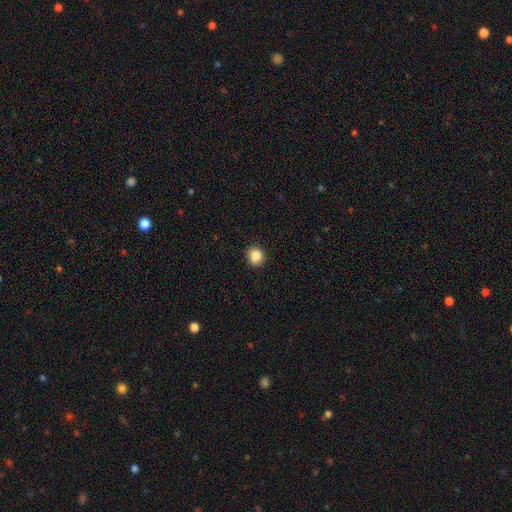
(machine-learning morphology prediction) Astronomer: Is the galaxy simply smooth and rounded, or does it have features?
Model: smooth — 86%.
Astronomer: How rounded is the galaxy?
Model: round — 73%.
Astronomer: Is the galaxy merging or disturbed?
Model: none — 86%.